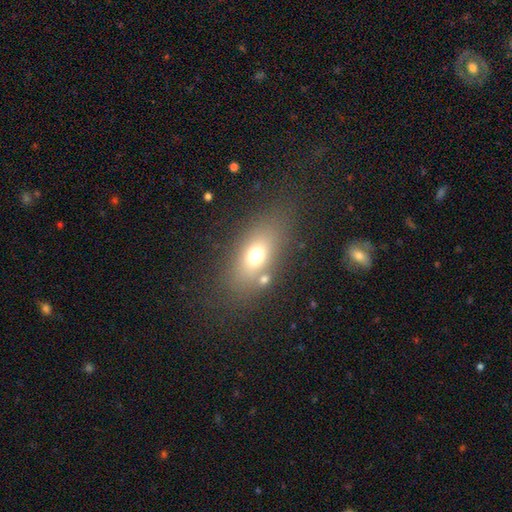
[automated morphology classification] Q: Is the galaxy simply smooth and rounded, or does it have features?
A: smooth — 66%.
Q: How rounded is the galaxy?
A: in between — 74%.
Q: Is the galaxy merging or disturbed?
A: none — 70%.